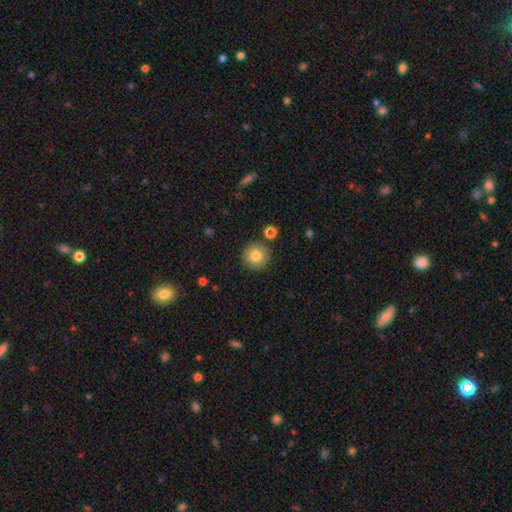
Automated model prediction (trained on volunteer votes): Smooth or featured? smooth (82%)
How rounded? round (95%)
Merging? none (87%)